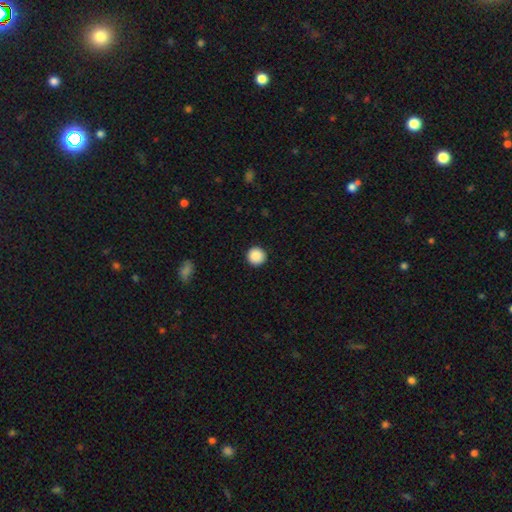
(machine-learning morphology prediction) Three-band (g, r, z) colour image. It shows a smooth galaxy with no disk features (89%) that is round (96%). Merging: none (93%).